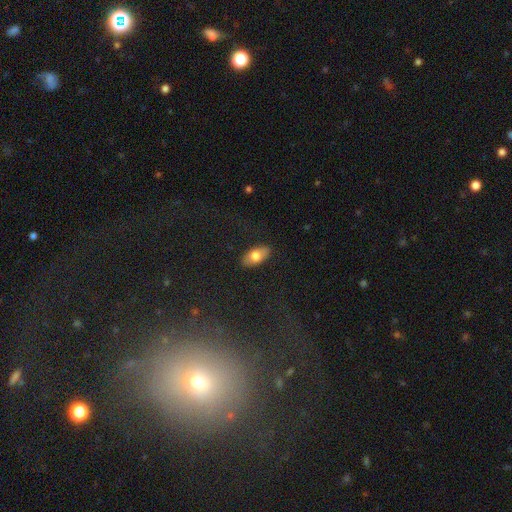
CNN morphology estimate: This is likely a smooth galaxy (73%). How rounded: clearly in between (91%). Merging: clearly none (88%).